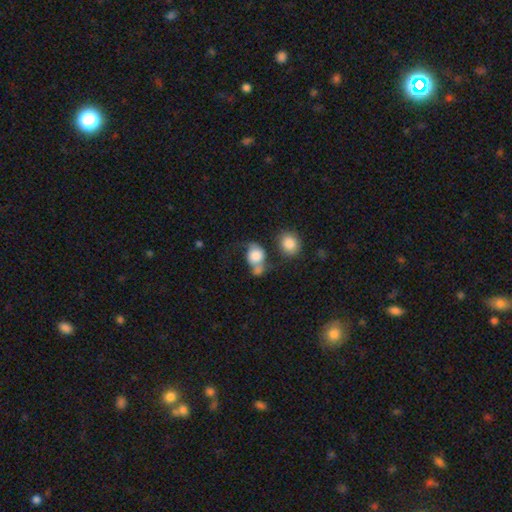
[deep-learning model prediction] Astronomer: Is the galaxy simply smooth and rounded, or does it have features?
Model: smooth — 74%.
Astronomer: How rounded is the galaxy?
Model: round — 52% (runner-up: in between, 46%).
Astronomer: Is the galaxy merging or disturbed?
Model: merger — 35% (runner-up: none, 30%).